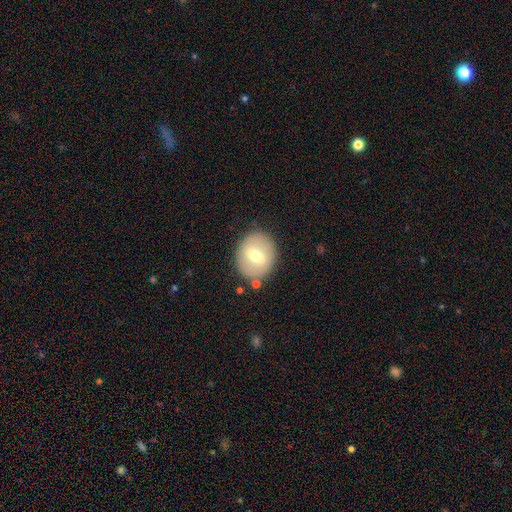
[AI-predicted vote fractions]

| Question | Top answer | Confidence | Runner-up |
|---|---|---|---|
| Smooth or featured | smooth | 56% | featured or disk (37%) |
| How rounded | round | 63% | in between (36%) |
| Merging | none | 82% | minor disturbance (11%) |